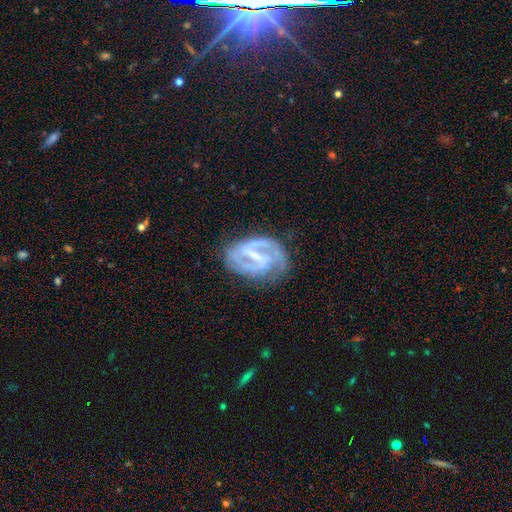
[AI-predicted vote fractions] Overall: featured or disk (85%). Edge-on disk: no (97%). Bar: strong (53%; weak 37%). Spiral arms: yes (90%). Spiral arm count: 2 (68%). Spiral winding: medium (45%; tight 39%). Bulge size: small (56%; moderate 26%). Merging: none (65%).